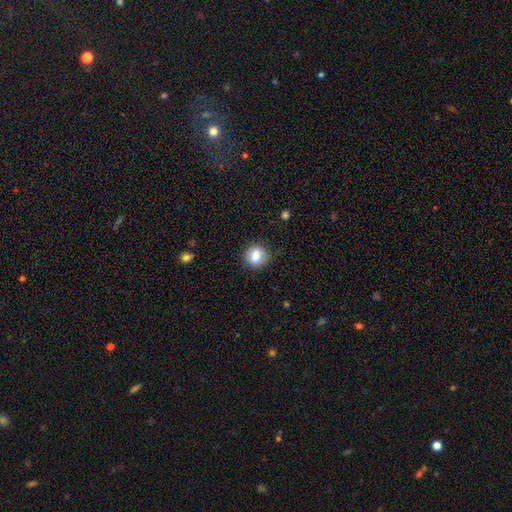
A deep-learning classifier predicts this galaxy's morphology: This appears to be a smooth galaxy with no disk features (81%) that is round (75%). Merging: none (83%).